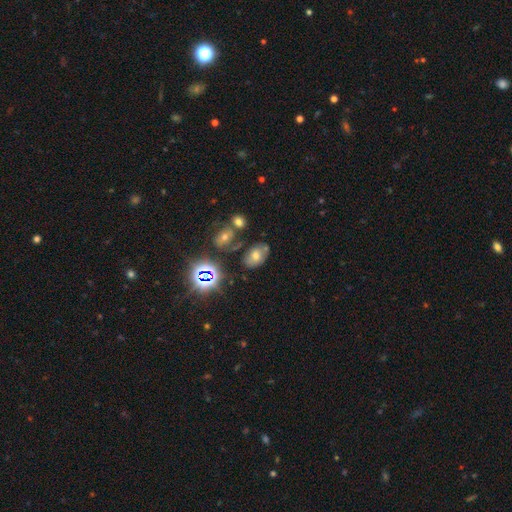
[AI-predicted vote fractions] Smooth or featured? smooth (37%)
Merging? none (65%)